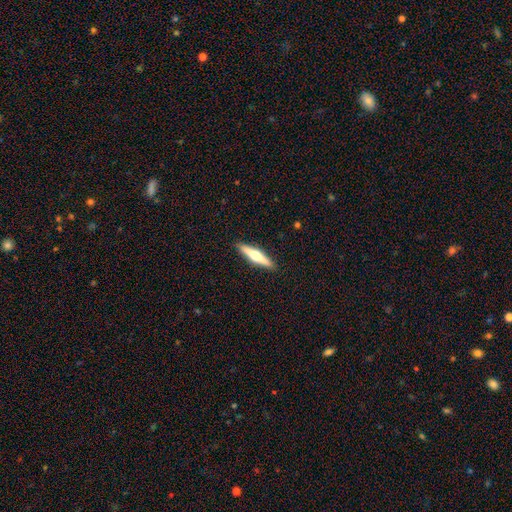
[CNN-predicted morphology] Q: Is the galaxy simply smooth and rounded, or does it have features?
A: featured or disk — 57%.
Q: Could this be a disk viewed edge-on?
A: yes — 97%.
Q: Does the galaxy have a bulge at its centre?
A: rounded — 93%.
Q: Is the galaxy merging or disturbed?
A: none — 92%.